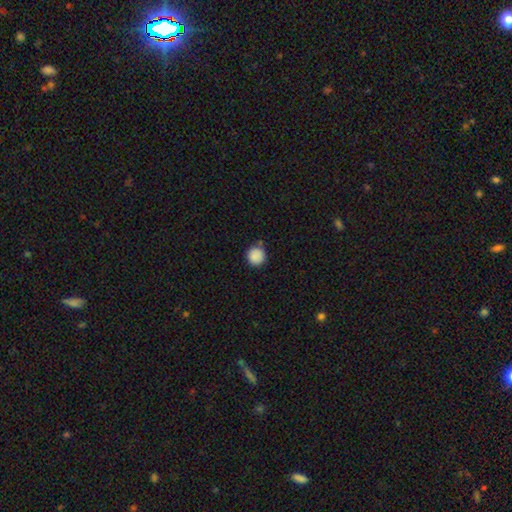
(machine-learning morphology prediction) Smooth or featured: smooth — 88% (star or artifact — 9%)
How rounded: round — 94% (in between — 5%)
Merging: none — 79% (minor disturbance — 14%)